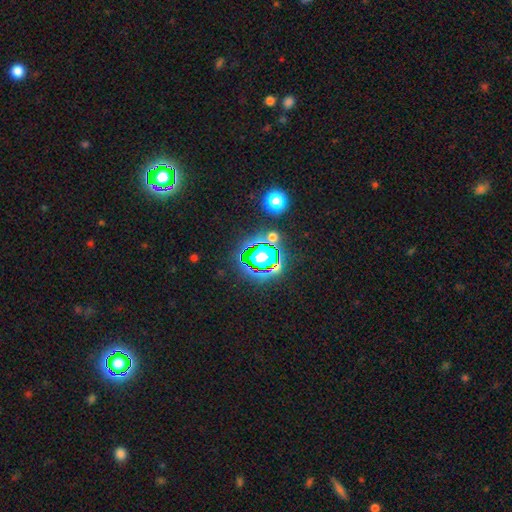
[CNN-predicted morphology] This is clearly a star or artifact rather than a galaxy (80%).